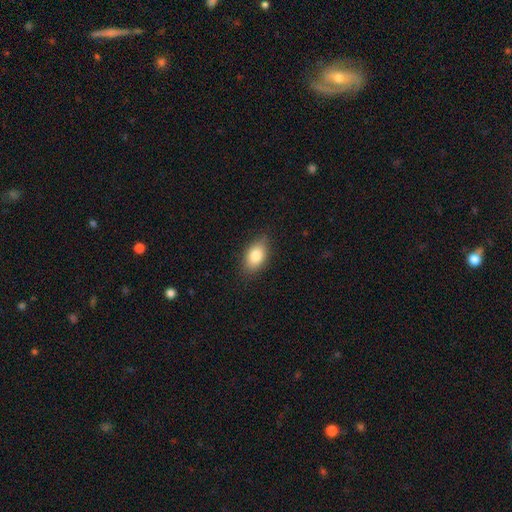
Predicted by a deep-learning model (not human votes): smooth 82%, featured or disk 10%, star or artifact 8%. Down the decision tree: how rounded — in between (88%); merging — none (83%).